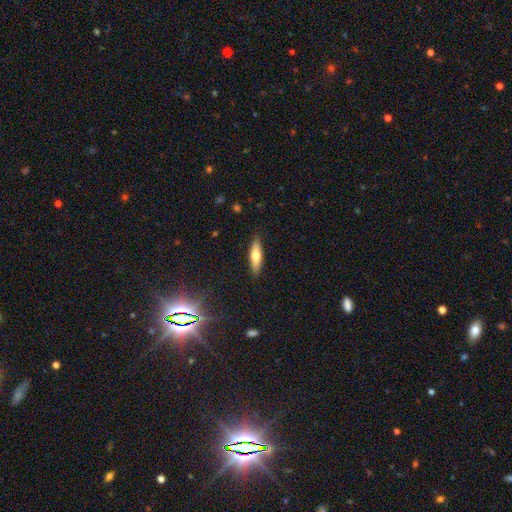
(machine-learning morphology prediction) This appears to be a smooth galaxy with no disk features (62%) that is cigar-shaped (64%). Merging: none (89%).